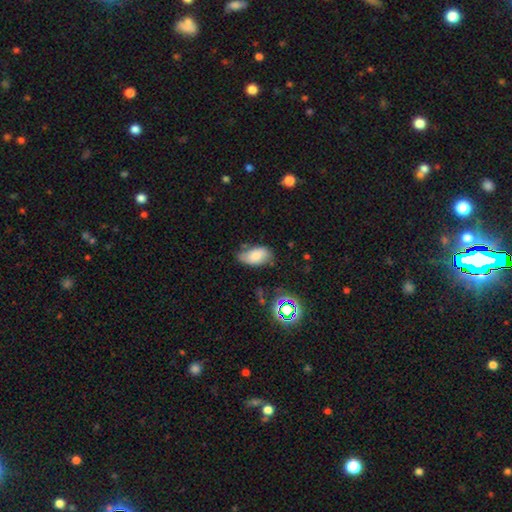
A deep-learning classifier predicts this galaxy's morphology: smooth-or-featured: smooth: 70% | featured or disk: 18% | star or artifact: 12%
  how-rounded: in between: 92% | round: 5% | cigar-shaped: 2%
  merging: none: 60% | minor disturbance: 29% | major disturbance: 7% | merger: 4%